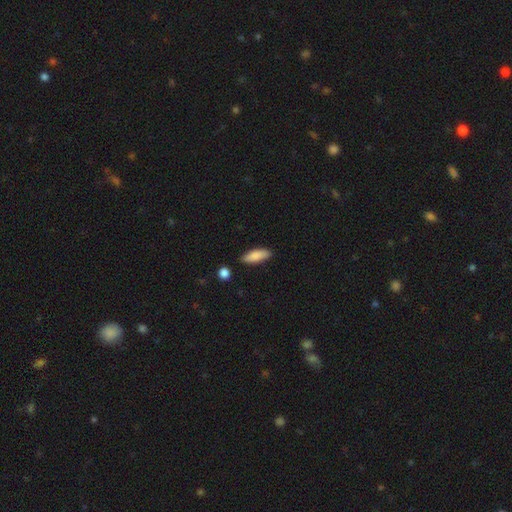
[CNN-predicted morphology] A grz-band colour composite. It shows a smooth galaxy with no disk features (85%) that is in between round and cigar-shaped (61%). Merging: none (82%).